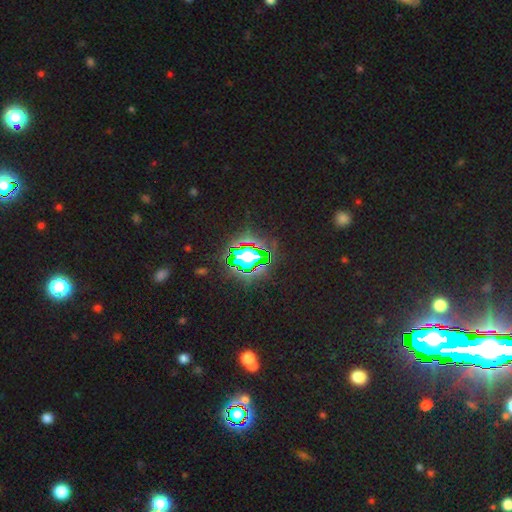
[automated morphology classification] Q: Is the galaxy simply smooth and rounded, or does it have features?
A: star or artifact — 78%.